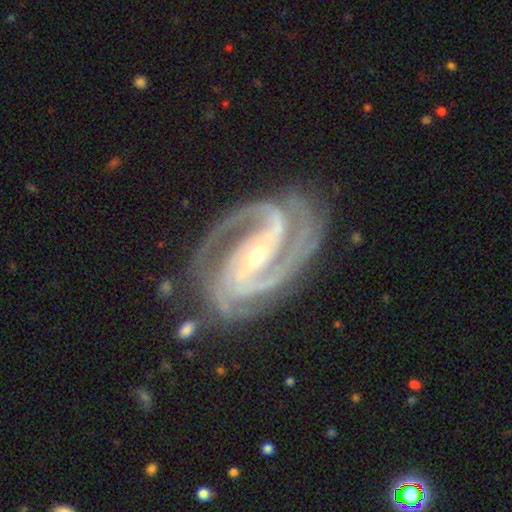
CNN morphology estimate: smooth_or_featured: featured or disk (p=0.93) [alt: star or artifact p=0.04]
disk_edge_on: no (p=0.97) [alt: yes p=0.03]
bar: strong (p=0.48) [alt: weak p=0.28]
has_spiral_arms: yes (p=0.99) [alt: no p=0.01]
spiral_winding: tight (p=0.54) [alt: medium p=0.42]
spiral_arm_count: 3 (p=0.40) [alt: 2 p=0.38]
bulge_size: small (p=0.64) [alt: moderate p=0.33]
merging: none (p=0.75) [alt: minor disturbance p=0.17]